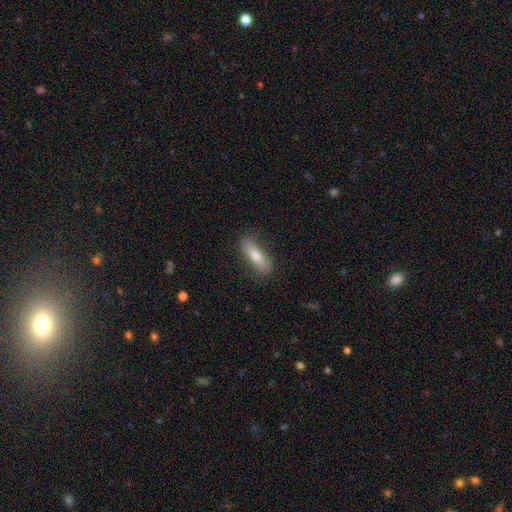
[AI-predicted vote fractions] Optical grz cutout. It shows a smooth galaxy with no disk features (65%) that is cigar-shaped (54%). Merging: none (80%).